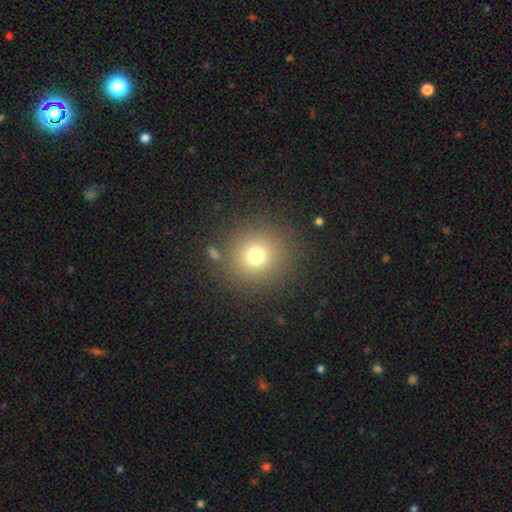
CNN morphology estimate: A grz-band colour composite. It shows a smooth galaxy with no disk features (73%) that is round (92%). Merging: none (85%).